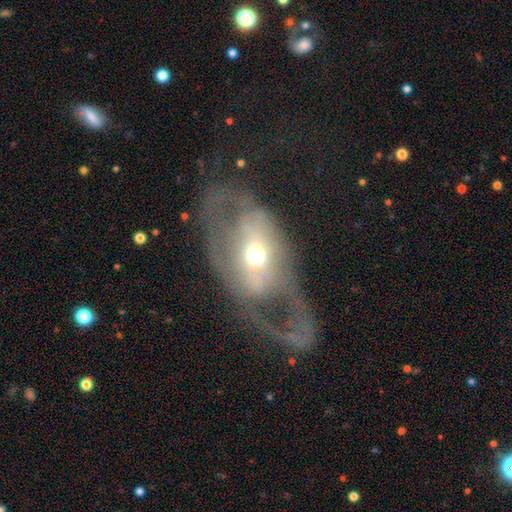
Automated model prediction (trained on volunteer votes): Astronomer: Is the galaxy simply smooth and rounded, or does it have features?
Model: featured or disk — 69%.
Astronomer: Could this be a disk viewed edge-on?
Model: no — 88%.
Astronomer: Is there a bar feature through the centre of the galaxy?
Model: no — 50% (runner-up: weak, 27%).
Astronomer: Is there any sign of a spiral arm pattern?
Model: no — 53% (runner-up: yes, 47%).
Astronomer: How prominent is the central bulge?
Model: moderate — 62%.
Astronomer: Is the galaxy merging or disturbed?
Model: major disturbance — 43% (runner-up: none, 37%).